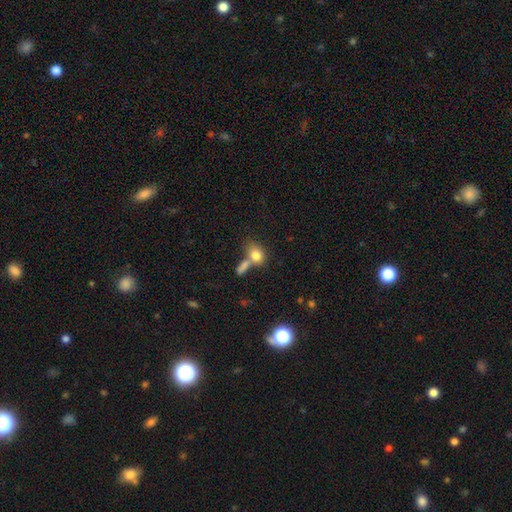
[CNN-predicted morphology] This is likely a smooth galaxy (79%). How rounded: likely in between (62%). Merging: marginally merger (43%).